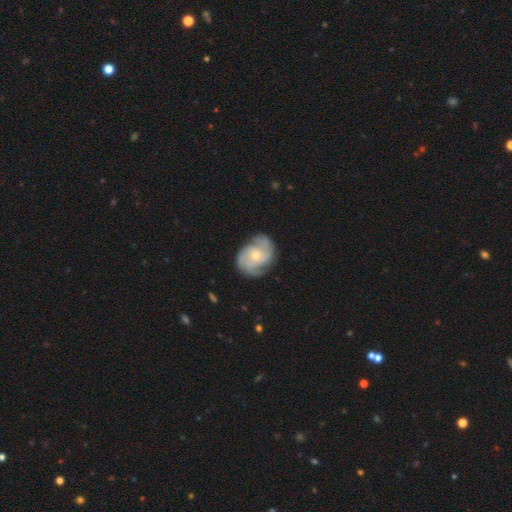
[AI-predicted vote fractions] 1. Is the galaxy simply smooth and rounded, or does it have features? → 82% featured or disk, 13% smooth, 5% star or artifact.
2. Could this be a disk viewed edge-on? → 98% no, 2% yes.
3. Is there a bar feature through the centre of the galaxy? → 73% no, 23% weak, 4% strong.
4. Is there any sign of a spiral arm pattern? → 95% yes, 5% no.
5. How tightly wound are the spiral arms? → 43% tight (tied), 43% medium (tied), 14% loose.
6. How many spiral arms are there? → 38% 2, 28% 3, 16% can't tell, 8% 4, 5% 1, 4% more than 4.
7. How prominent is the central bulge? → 61% small, 35% moderate, 2% large, 1% none, 1% dominant.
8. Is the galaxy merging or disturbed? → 74% none, 18% minor disturbance, 7% major disturbance, 1% merger.